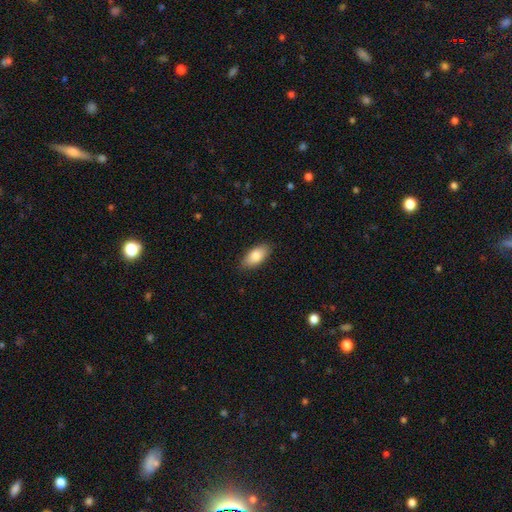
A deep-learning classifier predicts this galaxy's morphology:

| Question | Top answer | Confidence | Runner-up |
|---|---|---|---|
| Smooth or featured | smooth | 84% | featured or disk (10%) |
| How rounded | in between | 90% | cigar-shaped (7%) |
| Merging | none | 86% | minor disturbance (11%) |